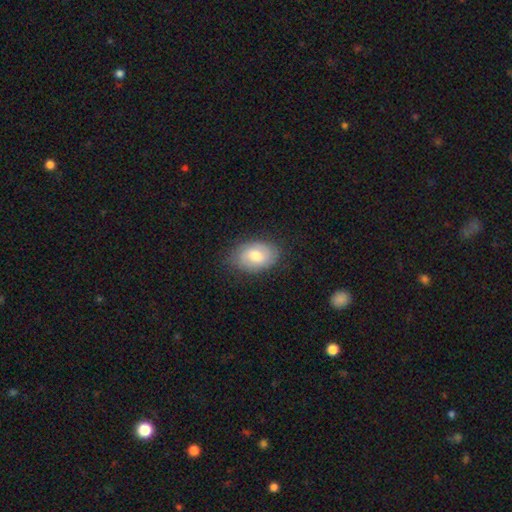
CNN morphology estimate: A smooth galaxy with no disk features (66%) that is in between round and cigar-shaped (86%). Merging: none (78%).